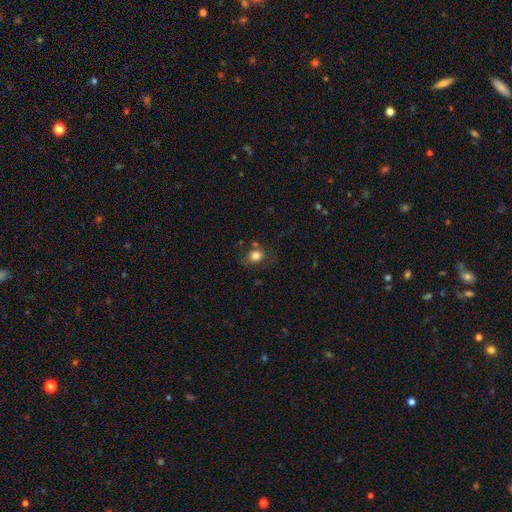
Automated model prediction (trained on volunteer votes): The model was most divided on "how rounded": round: 61%, in between: 38%, cigar-shaped: 1%. More confident: smooth or featured — smooth (79%); merging — none (67%).